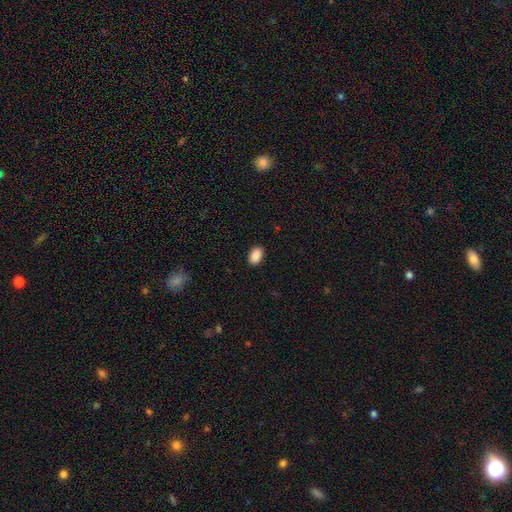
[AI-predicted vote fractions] Smooth or featured? Predicted: smooth (p=0.90). How rounded? Predicted: in between (p=0.90). Merging? Predicted: none (p=0.88).